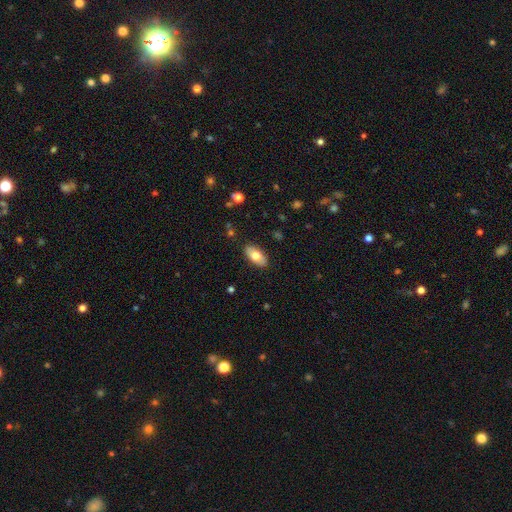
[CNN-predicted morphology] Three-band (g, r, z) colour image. It shows a smooth galaxy with no disk features (70%) that is in between round and cigar-shaped (92%). Merging: none (87%).